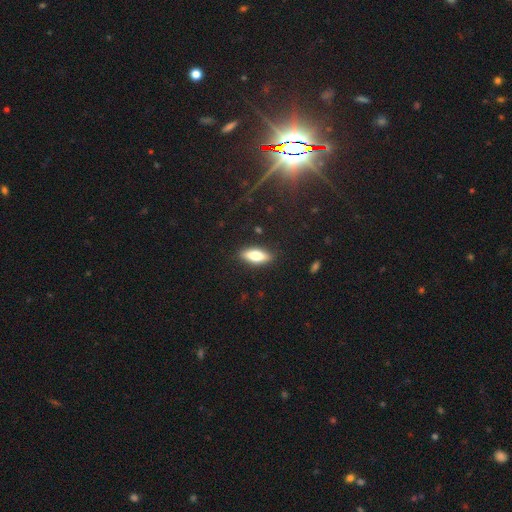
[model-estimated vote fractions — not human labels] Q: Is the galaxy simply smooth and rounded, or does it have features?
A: smooth — 68%.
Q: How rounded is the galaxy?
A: in between — 65%.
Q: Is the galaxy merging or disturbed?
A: none — 87%.